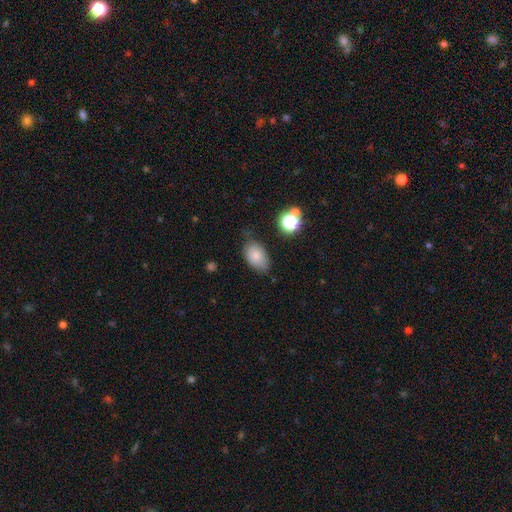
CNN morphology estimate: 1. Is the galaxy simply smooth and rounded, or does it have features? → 79% smooth, 12% featured or disk, 10% star or artifact.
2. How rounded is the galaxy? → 87% in between, 12% round, 1% cigar-shaped.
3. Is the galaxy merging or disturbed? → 62% none, 28% minor disturbance, 7% major disturbance, 3% merger.